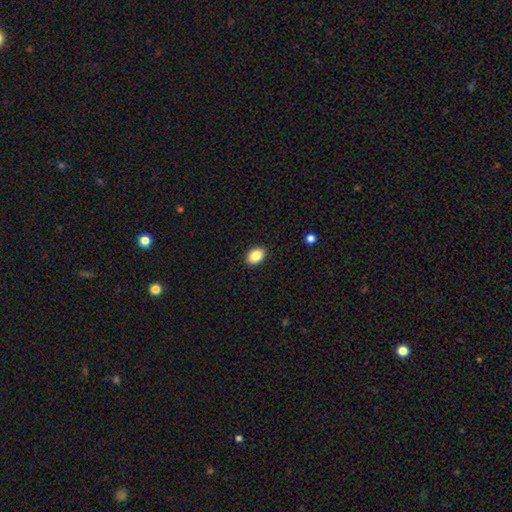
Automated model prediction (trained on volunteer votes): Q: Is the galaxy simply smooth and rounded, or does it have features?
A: smooth — 88%.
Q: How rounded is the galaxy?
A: in between — 79%.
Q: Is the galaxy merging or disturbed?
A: none — 90%.